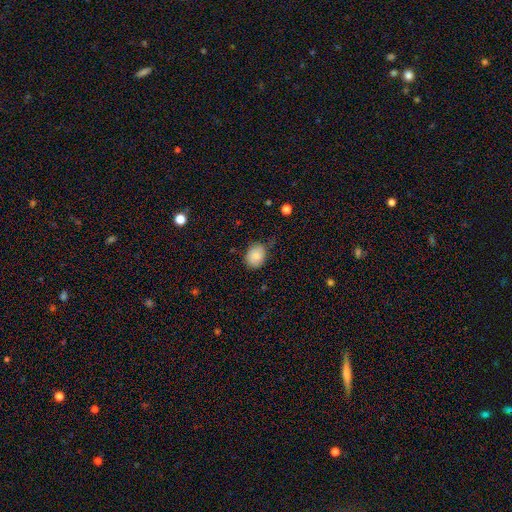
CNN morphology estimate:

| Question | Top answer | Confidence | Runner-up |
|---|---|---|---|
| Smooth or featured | smooth | 84% | star or artifact (8%) |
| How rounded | round | 51% | in between (48%) |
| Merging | none | 66% | minor disturbance (26%) |